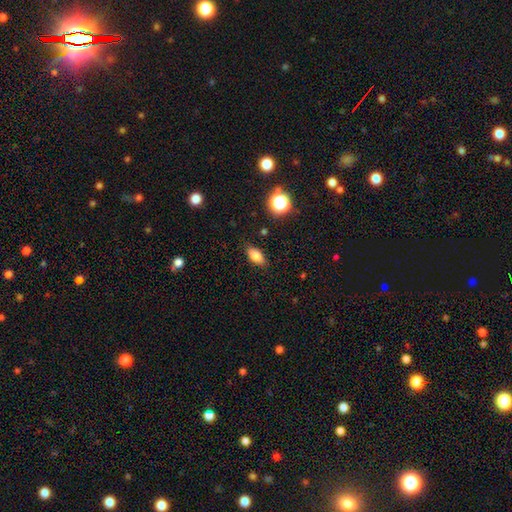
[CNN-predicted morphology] smooth 79%, featured or disk 11%, star or artifact 10%. Down the decision tree: how rounded — in between (84%); merging — none (86%).